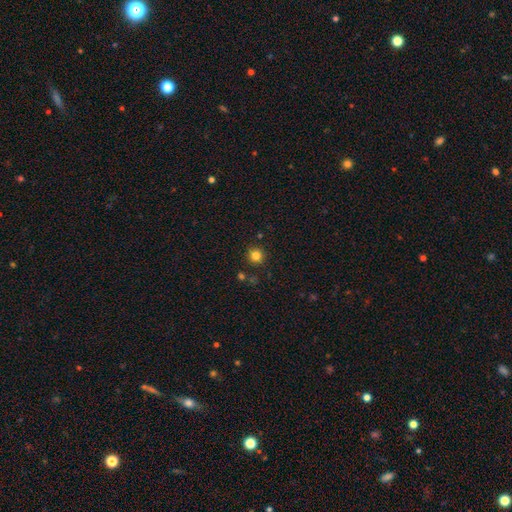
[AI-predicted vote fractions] A smooth galaxy with no disk features (82%) that is round (94%). Merging: none (89%).